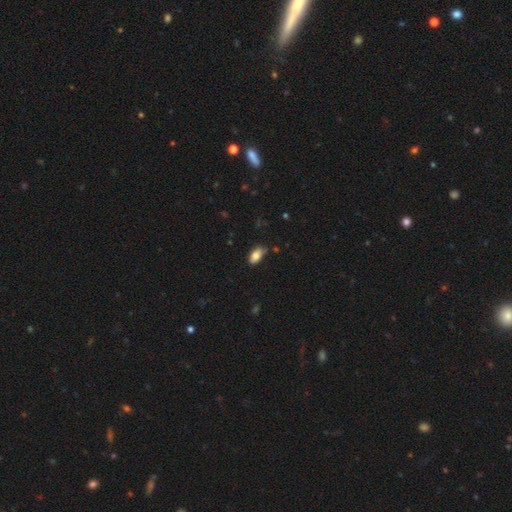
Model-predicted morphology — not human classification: type=smooth (83%); roundness=in between (93%); merging=none (76%).